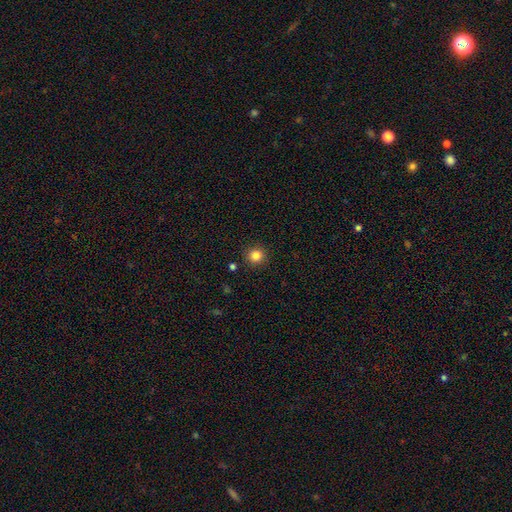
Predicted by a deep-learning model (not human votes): The model was most divided on "smooth or featured": smooth: 84%, star or artifact: 12%, featured or disk: 4%. More confident: how rounded — round (93%); merging — none (91%).